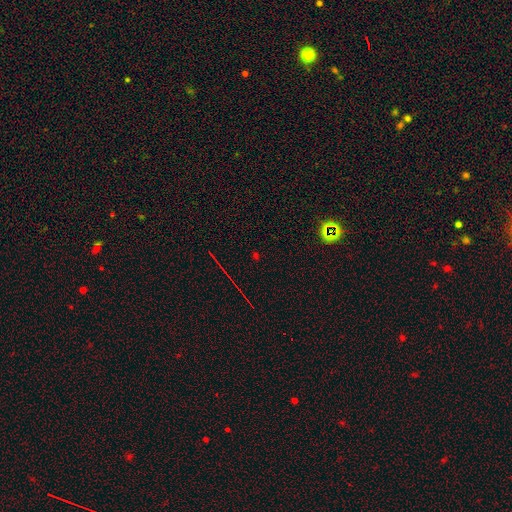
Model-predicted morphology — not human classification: The model was most divided on "smooth or featured": star or artifact: 72%, smooth: 18%, featured or disk: 10%.